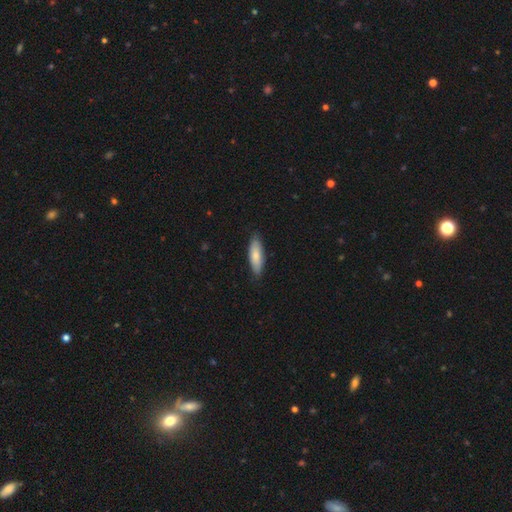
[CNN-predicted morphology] Smooth or featured? smooth (73%)
How rounded? in between (57%)
Merging? none (83%)